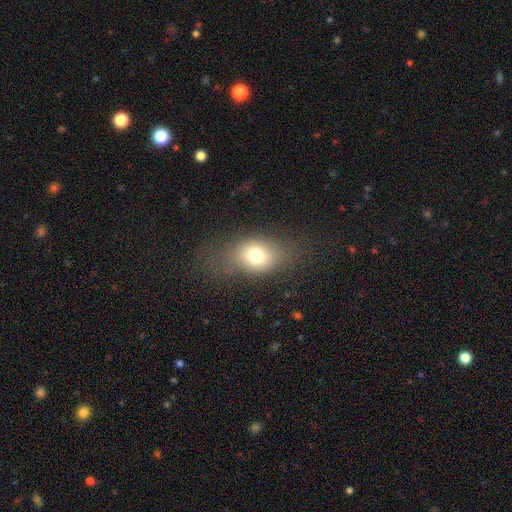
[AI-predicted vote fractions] A smooth galaxy with no disk features (72%) that is in between round and cigar-shaped (68%). Merging: none (62%).